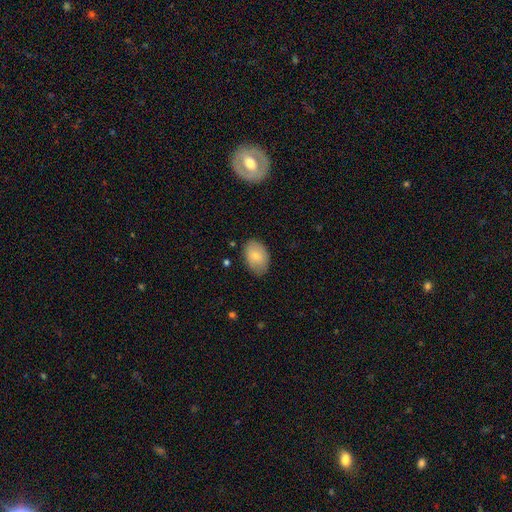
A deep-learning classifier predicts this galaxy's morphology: Overall: smooth (80%). How rounded: in between (86%). Merging: none (81%).